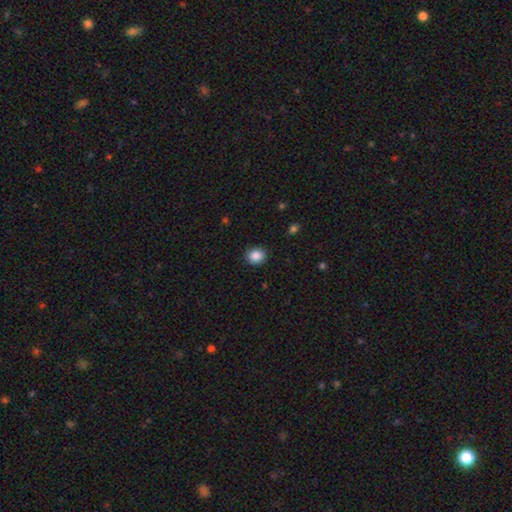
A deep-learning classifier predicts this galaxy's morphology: The model was most divided on "how rounded": round: 79%, in between: 20%, cigar-shaped: 1%. More confident: merging — none (90%); smooth or featured — smooth (88%).